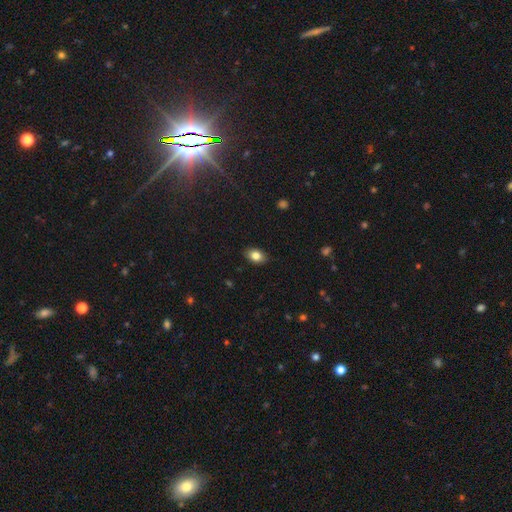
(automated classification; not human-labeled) smooth 82%, featured or disk 9%, star or artifact 9%. Down the decision tree: how rounded — in between (84%); merging — none (87%).